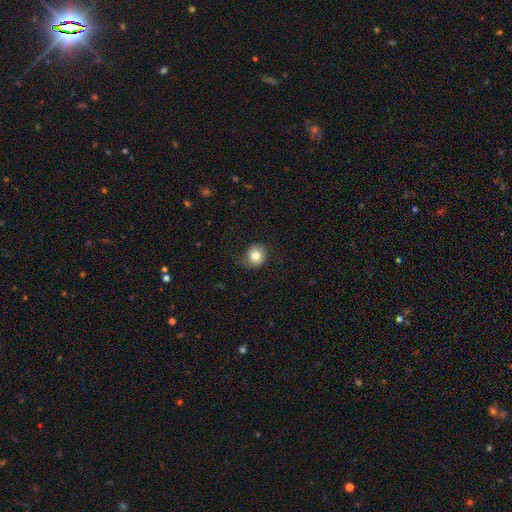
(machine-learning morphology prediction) This is likely a smooth galaxy (80%). How rounded: clearly round (82%). Merging: likely none (77%).